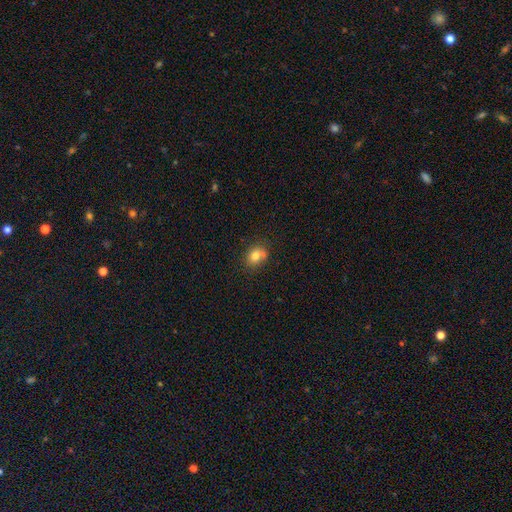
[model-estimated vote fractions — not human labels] Morphology: type=smooth (77%); roundness=round (61%); merging=none (59%).